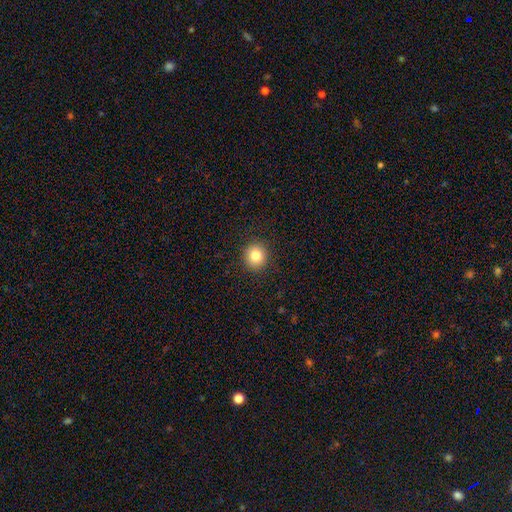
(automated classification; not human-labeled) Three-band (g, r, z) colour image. It shows a smooth galaxy with no disk features (82%) that is round (88%). Merging: none (91%).